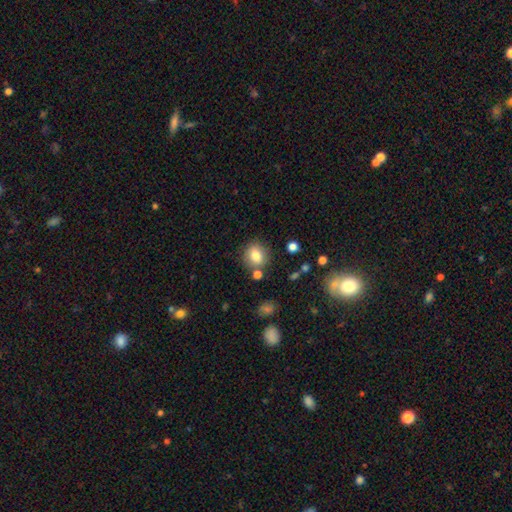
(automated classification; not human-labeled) Smooth or featured: smooth — 80% (star or artifact — 10%)
How rounded: round — 71% (in between — 28%)
Merging: none — 77% (minor disturbance — 12%)